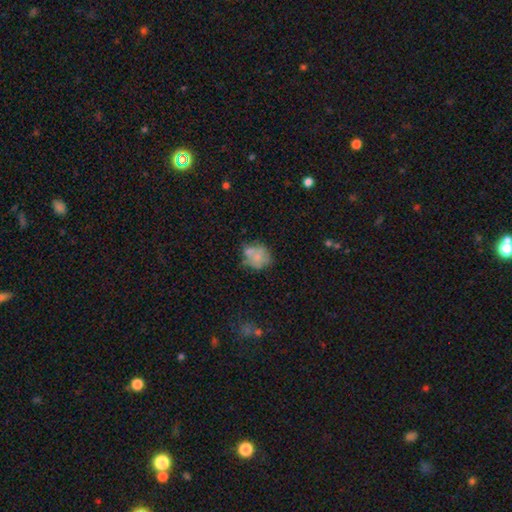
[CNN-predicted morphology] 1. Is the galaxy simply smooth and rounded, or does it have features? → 60% smooth, 30% featured or disk, 11% star or artifact.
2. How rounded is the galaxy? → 64% round, 35% in between, 1% cigar-shaped.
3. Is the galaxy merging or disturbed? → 44% none, 24% minor disturbance, 19% merger, 13% major disturbance.